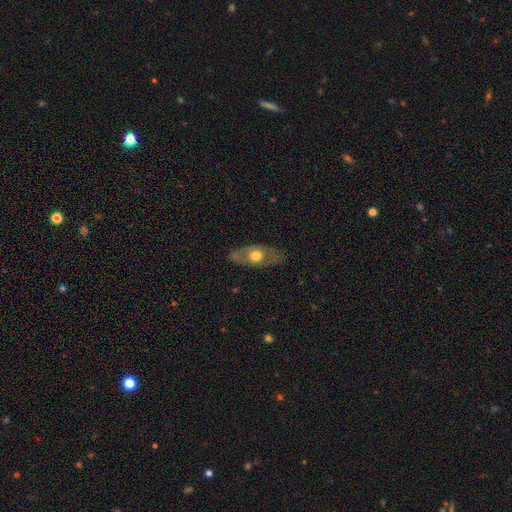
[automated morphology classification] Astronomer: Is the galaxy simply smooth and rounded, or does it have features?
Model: featured or disk — 53% (runner-up: smooth, 41%).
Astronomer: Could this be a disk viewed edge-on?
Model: no — 73%.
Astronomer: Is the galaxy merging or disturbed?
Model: none — 78%.